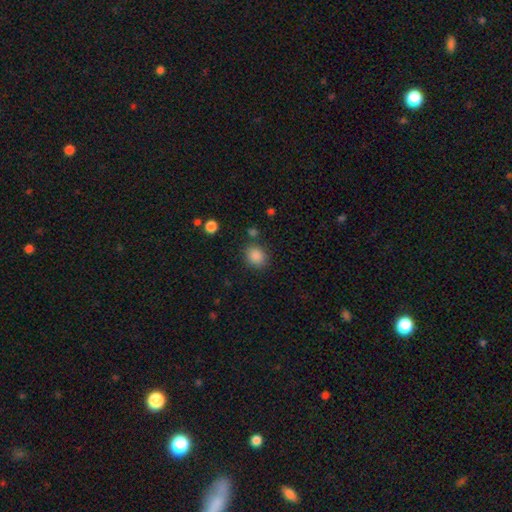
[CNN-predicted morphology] Smooth or featured?
  - smooth: 86% *
  - star or artifact: 10%
  - featured or disk: 4%
How rounded?
  - round: 67% *
  - in between: 32%
  - cigar-shaped: 1%
Merging?
  - none: 80% *
  - minor disturbance: 12%
  - merger: 4%
  - major disturbance: 4%